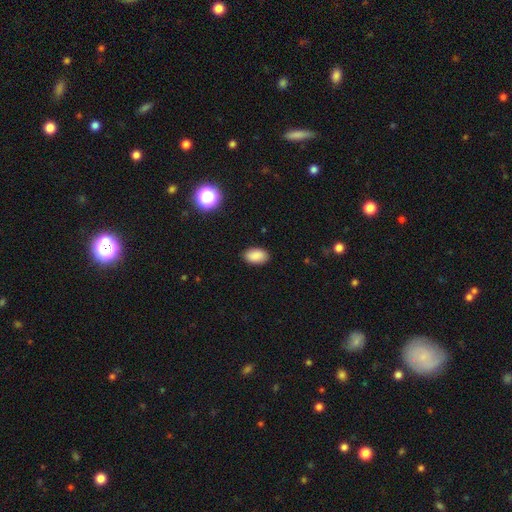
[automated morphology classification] smooth-or-featured: smooth: 88% | star or artifact: 8% | featured or disk: 3%
  how-rounded: in between: 91% | round: 8% | cigar-shaped: 1%
  merging: none: 88% | minor disturbance: 9% | major disturbance: 2% | merger: 1%